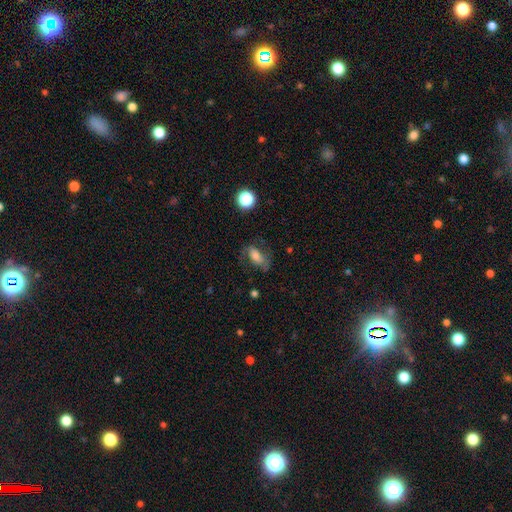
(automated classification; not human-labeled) Smooth or featured?
  - smooth: 61% *
  - featured or disk: 28%
  - star or artifact: 10%
How rounded?
  - in between: 84% *
  - round: 9%
  - cigar-shaped: 7%
Merging?
  - none: 58% *
  - minor disturbance: 24%
  - major disturbance: 16%
  - merger: 2%